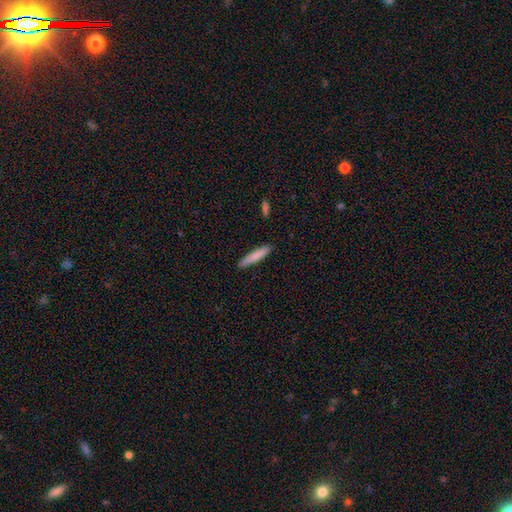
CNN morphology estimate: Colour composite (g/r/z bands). It shows a smooth galaxy with no disk features (81%) that is cigar-shaped (91%). Merging: none (89%).